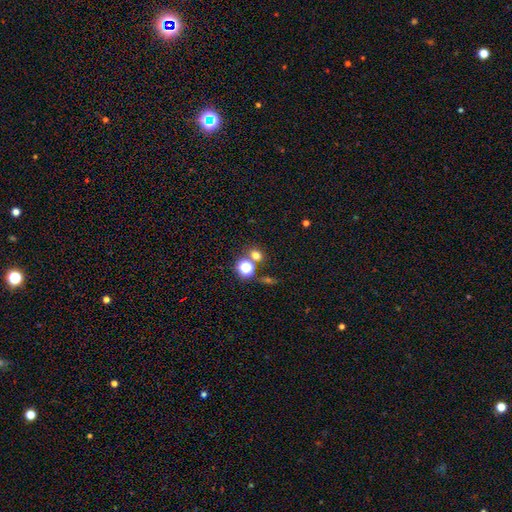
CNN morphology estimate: type=smooth (66%); roundness=round (70%); merging=none (65%).